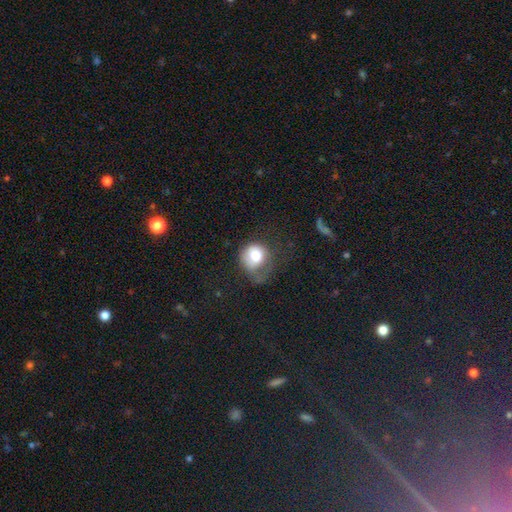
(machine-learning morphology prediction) Smooth or featured: smooth — 72% (featured or disk — 18%)
How rounded: round — 77% (in between — 22%)
Merging: none — 35% (major disturbance — 31%)